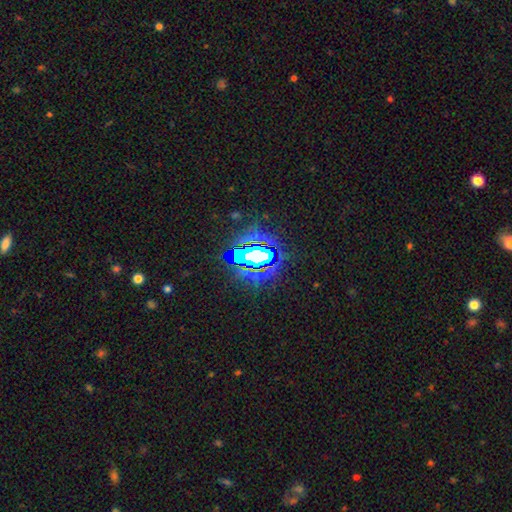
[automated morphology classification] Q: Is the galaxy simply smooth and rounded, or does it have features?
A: star or artifact — 71%.